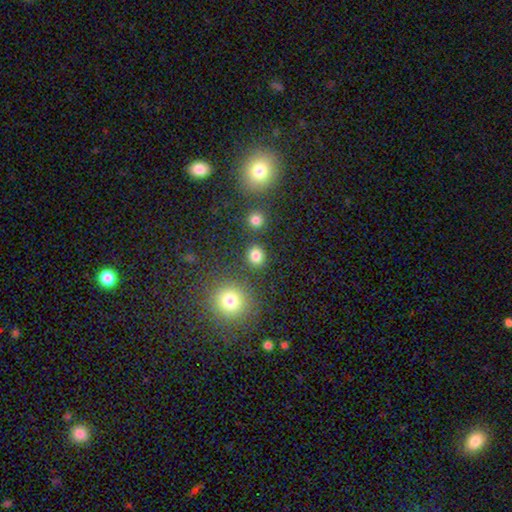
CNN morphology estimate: smooth 82%, star or artifact 14%, featured or disk 5%. Down the decision tree: how rounded — round (81%); merging — none (85%).